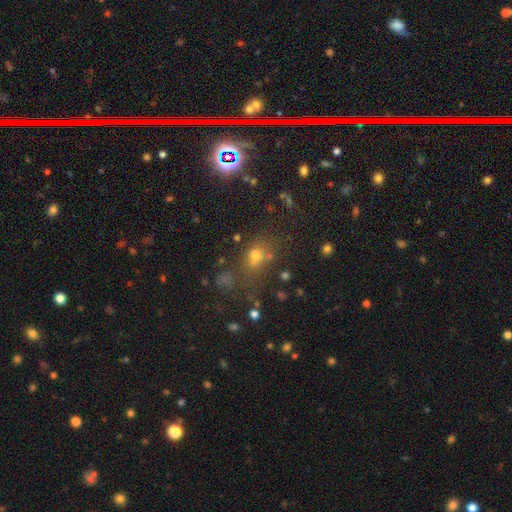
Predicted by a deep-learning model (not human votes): Morphology: type=smooth (57%); roundness=round (58%); merging=none (56%).